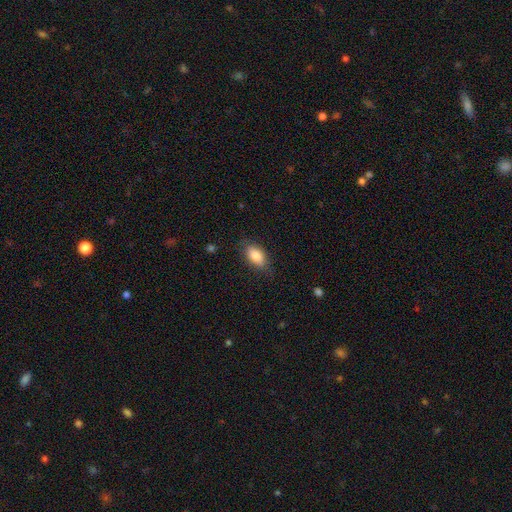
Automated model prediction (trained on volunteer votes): smooth-or-featured: smooth: 85% | featured or disk: 8% | star or artifact: 7%
  how-rounded: in between: 90% | round: 5% | cigar-shaped: 4%
  merging: none: 80% | minor disturbance: 15% | major disturbance: 4% | merger: 1%